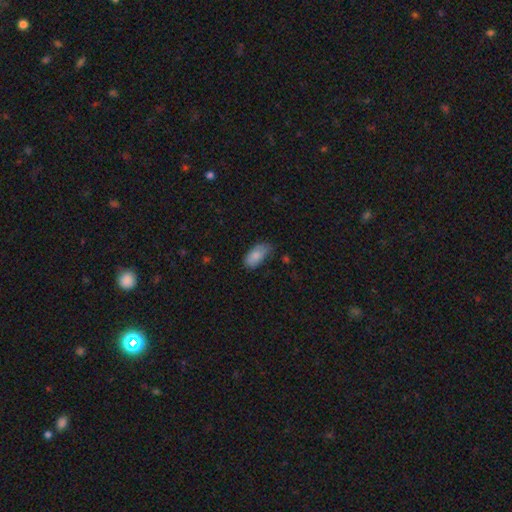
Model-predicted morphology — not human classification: smooth-or-featured: smooth: 81% | featured or disk: 12% | star or artifact: 7%
  how-rounded: in between: 92% | cigar-shaped: 5% | round: 3%
  merging: none: 53% | minor disturbance: 35% | major disturbance: 9% | merger: 3%